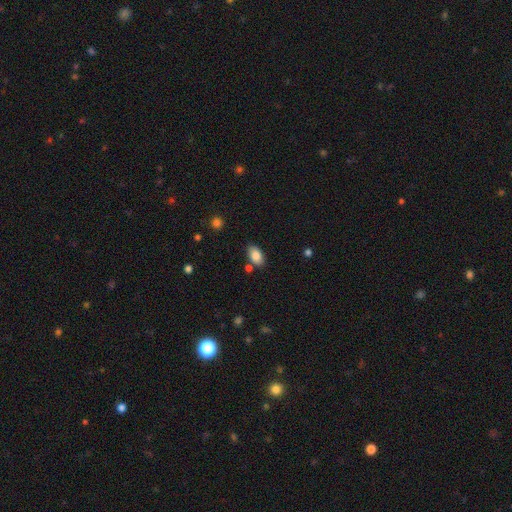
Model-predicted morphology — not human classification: The model was most divided on "merging": none: 80%, minor disturbance: 12%, merger: 5%, major disturbance: 3%. More confident: how rounded — in between (93%); smooth or featured — smooth (86%).